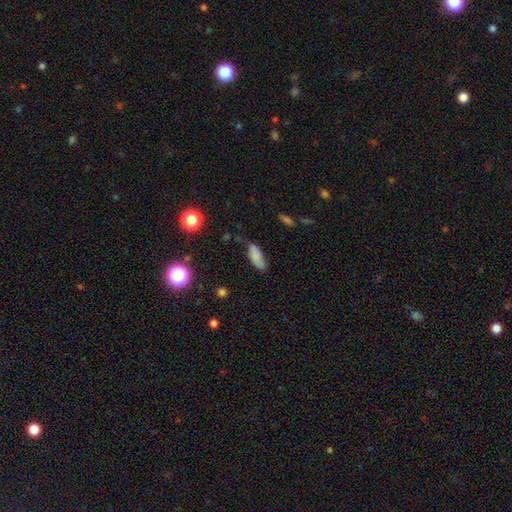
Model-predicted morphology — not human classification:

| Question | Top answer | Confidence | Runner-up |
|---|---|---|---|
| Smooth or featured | smooth | 79% | featured or disk (11%) |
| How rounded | in between | 76% | cigar-shaped (21%) |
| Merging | none | 64% | minor disturbance (27%) |